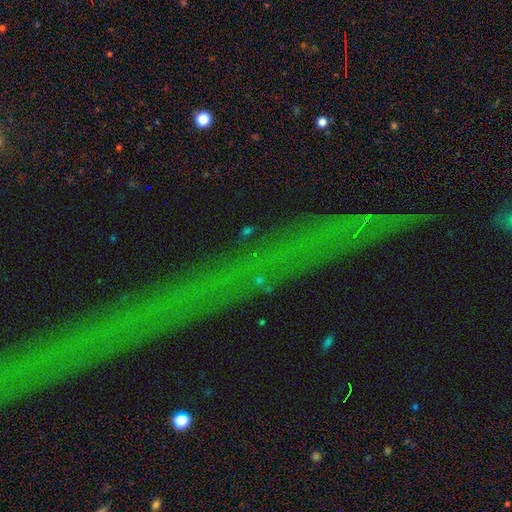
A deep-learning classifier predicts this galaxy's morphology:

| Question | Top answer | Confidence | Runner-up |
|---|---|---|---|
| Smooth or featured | star or artifact | 66% | featured or disk (18%) |